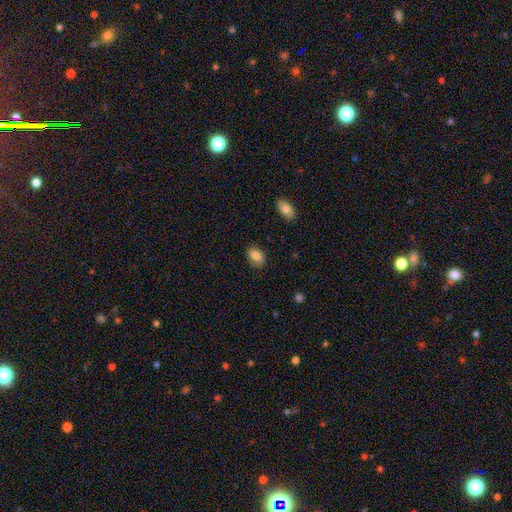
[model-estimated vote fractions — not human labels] A smooth galaxy with no disk features (82%) that is in between round and cigar-shaped (88%). Merging: none (80%).